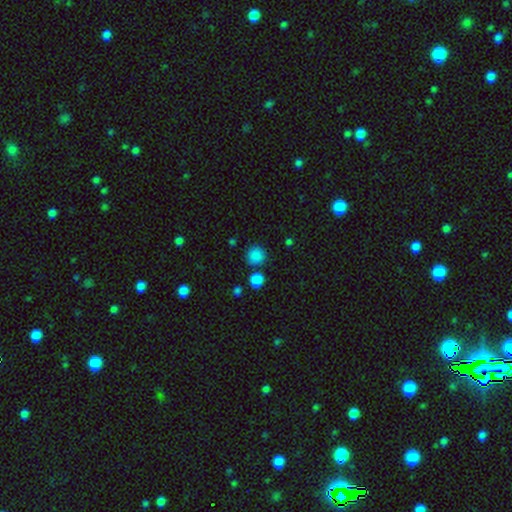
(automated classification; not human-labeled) Smooth or featured: smooth — 85% (star or artifact — 11%)
How rounded: round — 90% (in between — 9%)
Merging: none — 79% (minor disturbance — 10%)